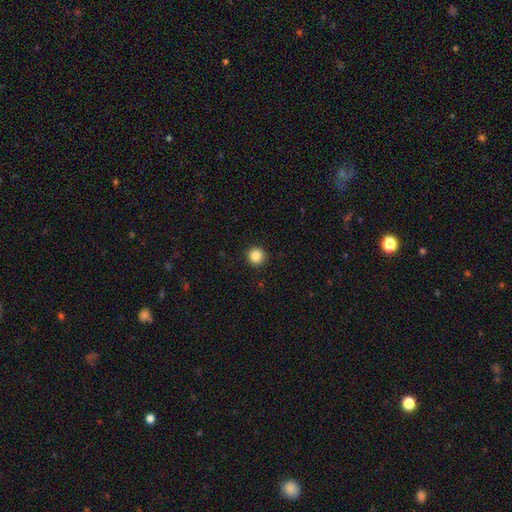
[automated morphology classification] A smooth galaxy with no disk features (86%) that is round (95%). Merging: none (93%).